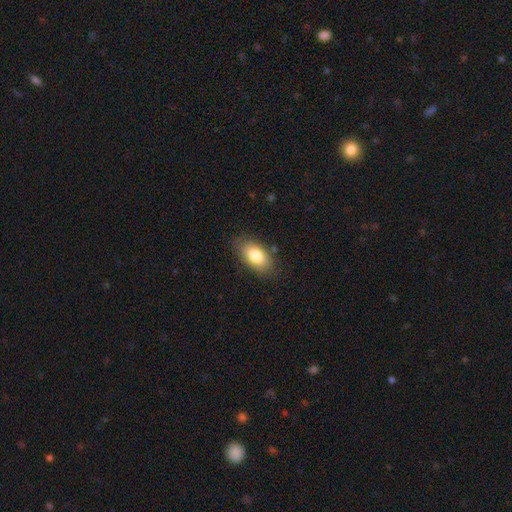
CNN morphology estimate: smooth_or_featured: smooth (p=0.81) [alt: featured or disk p=0.11]
how_rounded: in between (p=0.92) [alt: round p=0.05]
merging: none (p=0.80) [alt: minor disturbance p=0.15]